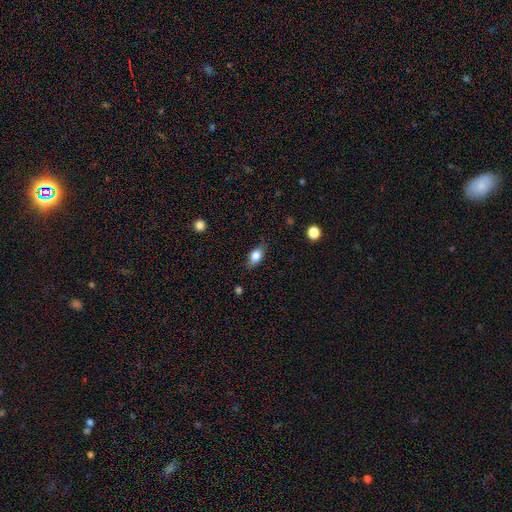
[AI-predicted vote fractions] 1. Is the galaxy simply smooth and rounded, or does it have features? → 80% smooth, 12% featured or disk, 9% star or artifact.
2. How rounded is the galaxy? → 79% in between, 17% round, 4% cigar-shaped.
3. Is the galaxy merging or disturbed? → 77% none, 18% minor disturbance, 4% major disturbance, 1% merger.